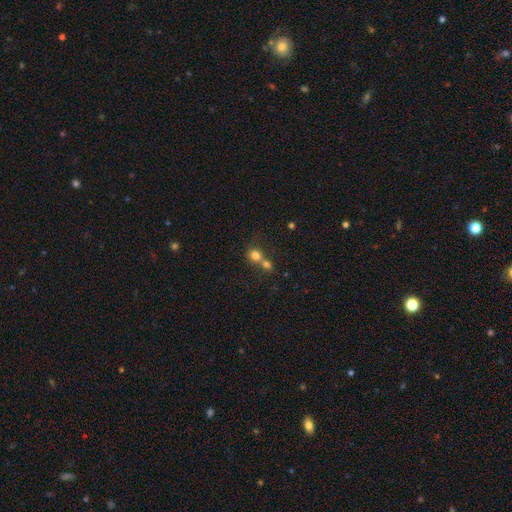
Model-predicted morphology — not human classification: Smooth or featured?
  - smooth: 77% *
  - star or artifact: 12%
  - featured or disk: 11%
How rounded?
  - round: 70% *
  - in between: 29%
  - cigar-shaped: 1%
Merging?
  - merger: 62% *
  - none: 28%
  - minor disturbance: 6%
  - major disturbance: 4%